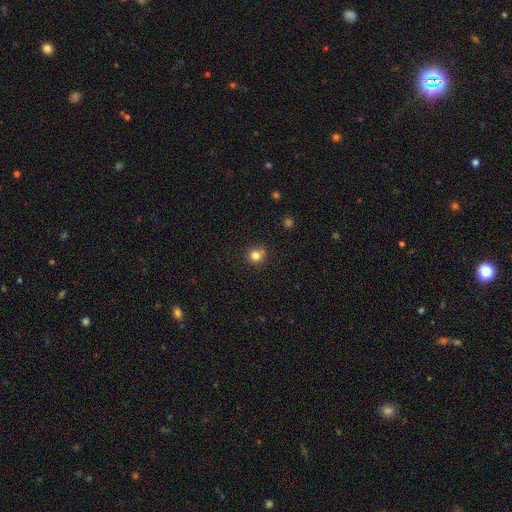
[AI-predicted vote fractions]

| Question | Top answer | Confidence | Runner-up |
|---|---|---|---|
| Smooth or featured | smooth | 80% | star or artifact (13%) |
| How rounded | round | 89% | in between (10%) |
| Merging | none | 71% | minor disturbance (14%) |